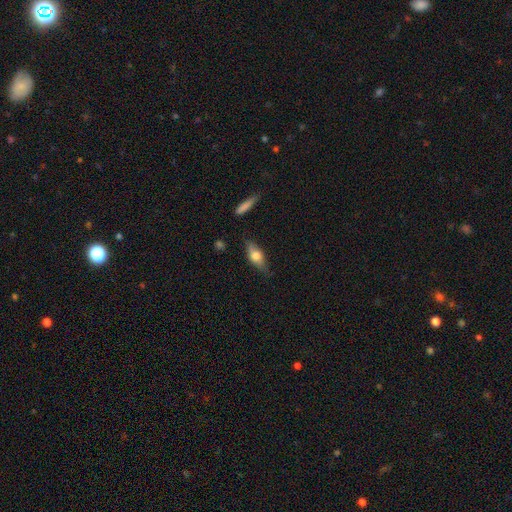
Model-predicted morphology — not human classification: A smooth galaxy with no disk features (60%) that is in between round and cigar-shaped (67%). Merging: none (74%).